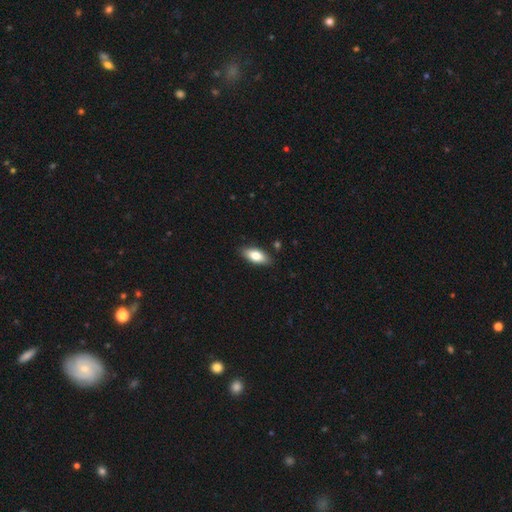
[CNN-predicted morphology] Smooth or featured: smooth — 80% (featured or disk — 14%)
How rounded: in between — 87% (cigar-shaped — 10%)
Merging: none — 87% (minor disturbance — 10%)